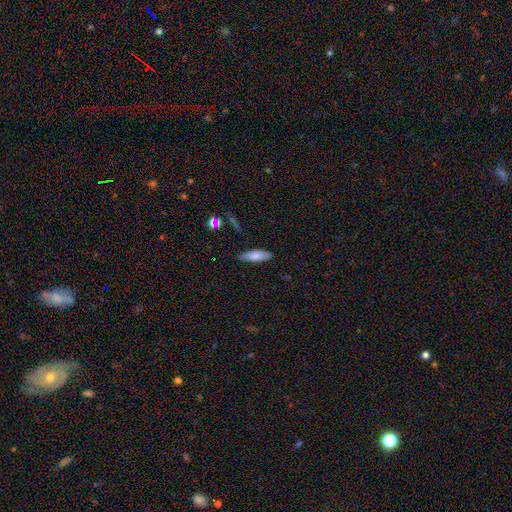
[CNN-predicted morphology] A smooth galaxy with no disk features (79%) that is in between round and cigar-shaped (59%).

Vote fractions:
- Smooth or featured? smooth: 79% / featured or disk: 14% / star or artifact: 7%
- How rounded? in between: 59% / cigar-shaped: 39% / round: 2%
- Merging? none: 83% / minor disturbance: 13% / major disturbance: 2% / merger: 1%